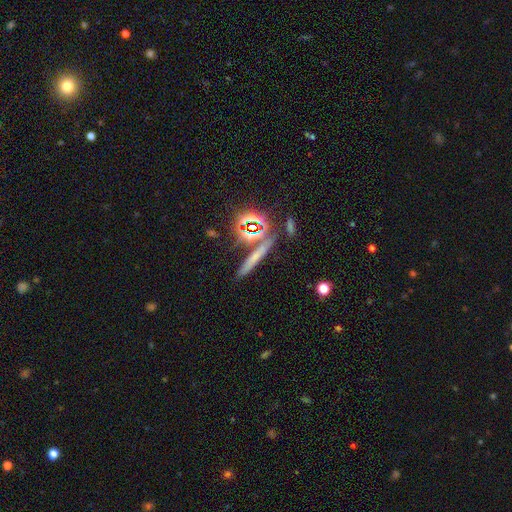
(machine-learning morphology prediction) A smooth galaxy with no disk features (51%) that is cigar-shaped (77%).

Vote fractions:
- Smooth or featured? smooth: 51% / star or artifact: 29% / featured or disk: 20%
- How rounded? cigar-shaped: 77% / round: 13% / in between: 10%
- Merging? none: 74% / merger: 12% / minor disturbance: 10% / major disturbance: 4%